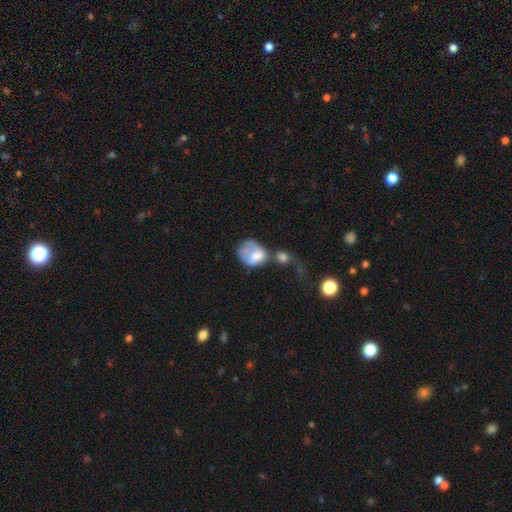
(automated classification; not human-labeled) The model was most divided on "merging": merger: 39%, major disturbance: 32%, none: 15%, minor disturbance: 14%. More confident: smooth or featured — smooth (62%); how rounded — in between (55%).